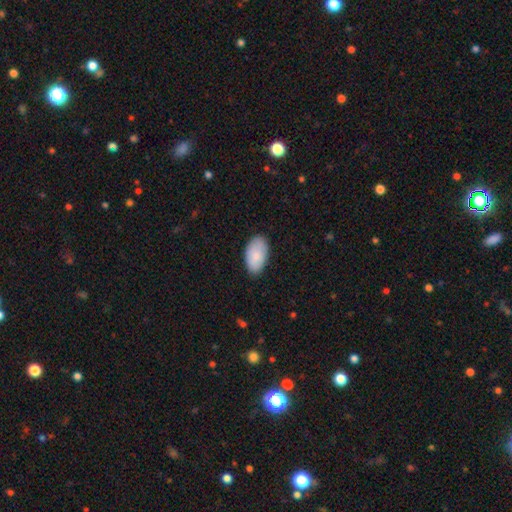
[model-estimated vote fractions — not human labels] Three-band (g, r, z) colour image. It shows a smooth galaxy with no disk features (87%) that is in between round and cigar-shaped (96%). Merging: none (84%).